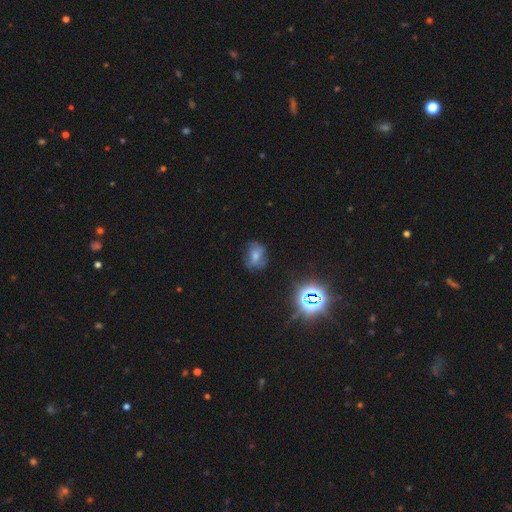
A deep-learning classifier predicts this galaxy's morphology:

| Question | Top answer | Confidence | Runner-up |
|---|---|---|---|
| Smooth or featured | smooth | 47% | featured or disk (31%) |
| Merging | none | 57% | minor disturbance (25%) |